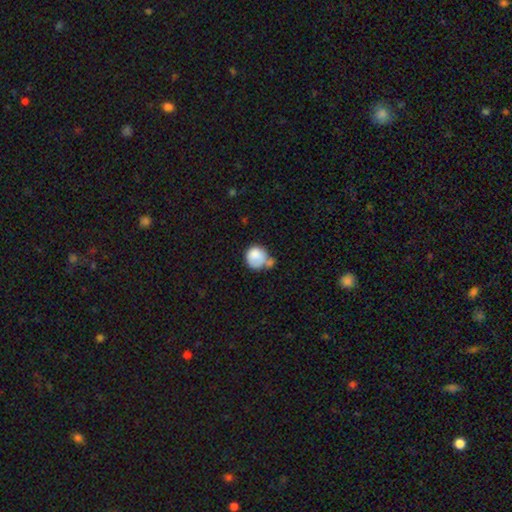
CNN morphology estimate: The model was most divided on "merging": none: 34%, merger: 29%, minor disturbance: 24%, major disturbance: 13%. More confident: smooth or featured — smooth (80%); how rounded — round (79%).